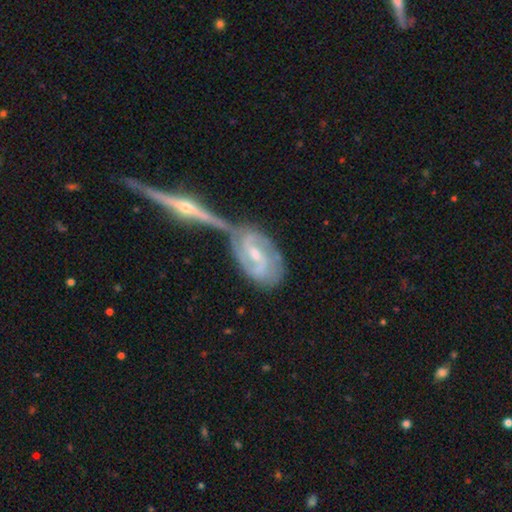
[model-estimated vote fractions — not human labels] smooth_or_featured: featured or disk (p=0.86) [alt: smooth p=0.08]
disk_edge_on: no (p=0.91) [alt: yes p=0.09]
bar: weak (p=0.50) [alt: strong p=0.27]
has_spiral_arms: yes (p=0.95) [alt: no p=0.05]
spiral_winding: medium (p=0.51) [alt: tight p=0.29]
spiral_arm_count: 2 (p=0.86) [alt: can't tell p=0.06]
bulge_size: small (p=0.53) [alt: moderate p=0.42]
merging: none (p=0.41) [tied with: merger p=0.41]